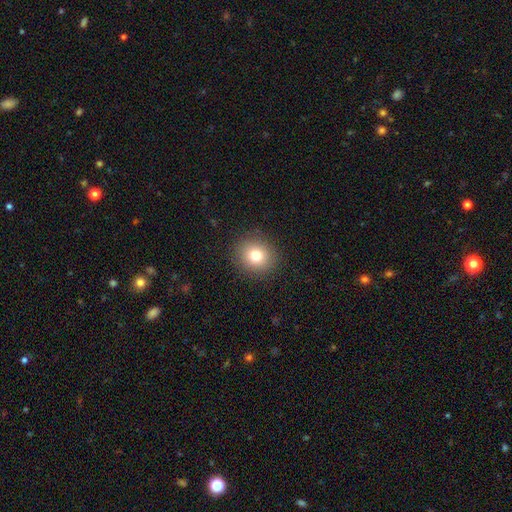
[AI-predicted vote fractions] Smooth or featured?
  - smooth: 78% *
  - star or artifact: 13%
  - featured or disk: 10%
How rounded?
  - round: 81% *
  - in between: 18%
  - cigar-shaped: 1%
Merging?
  - none: 90% *
  - minor disturbance: 7%
  - major disturbance: 3%
  - merger: 1%